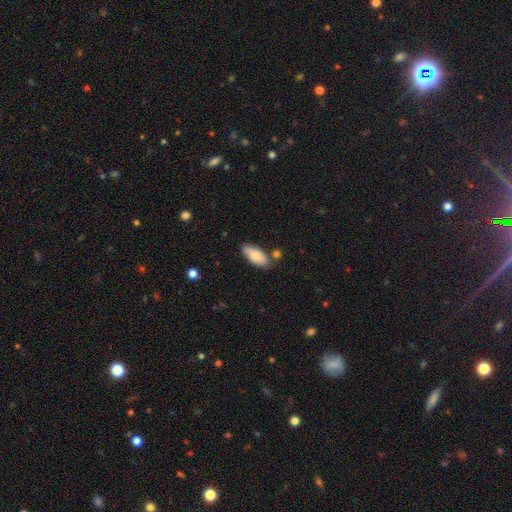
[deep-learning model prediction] Smooth or featured? smooth (80%)
How rounded? in between (83%)
Merging? none (74%)